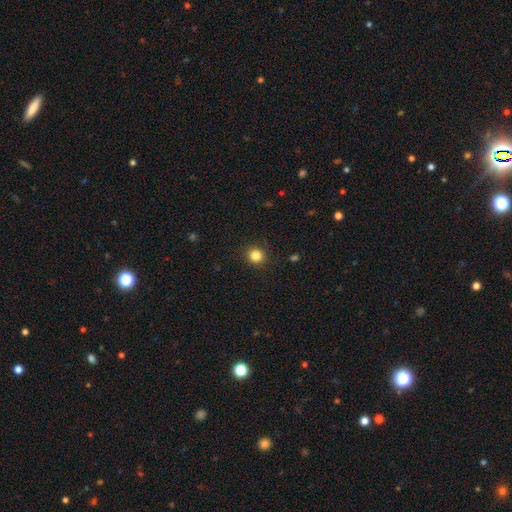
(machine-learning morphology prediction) This is clearly a smooth galaxy (84%). How rounded: clearly round (91%). Merging: clearly none (90%).